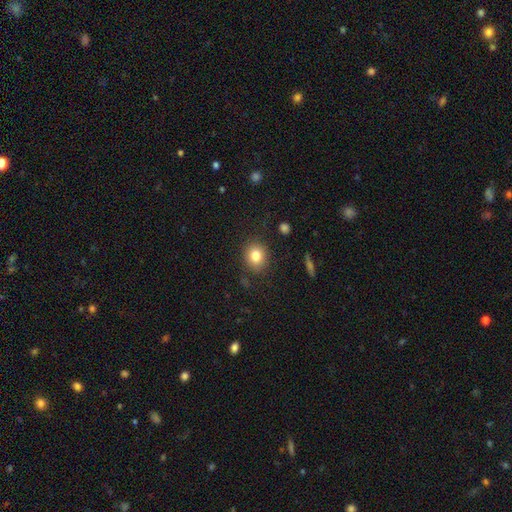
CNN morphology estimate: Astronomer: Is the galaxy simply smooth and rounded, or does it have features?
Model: smooth — 82%.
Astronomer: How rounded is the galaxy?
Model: round — 73%.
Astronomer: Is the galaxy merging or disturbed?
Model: none — 87%.